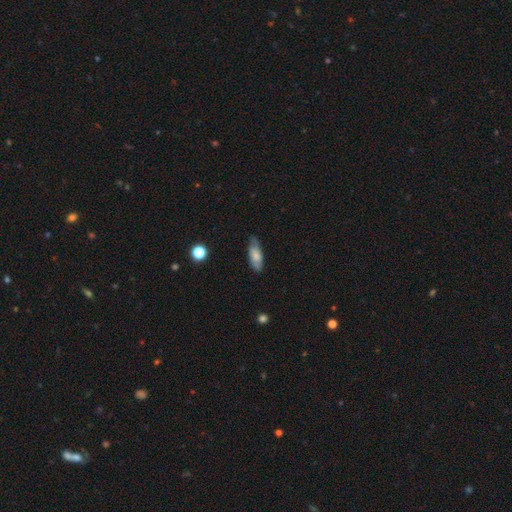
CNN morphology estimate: Smooth or featured? smooth (67%)
How rounded? in between (69%)
Merging? none (71%)